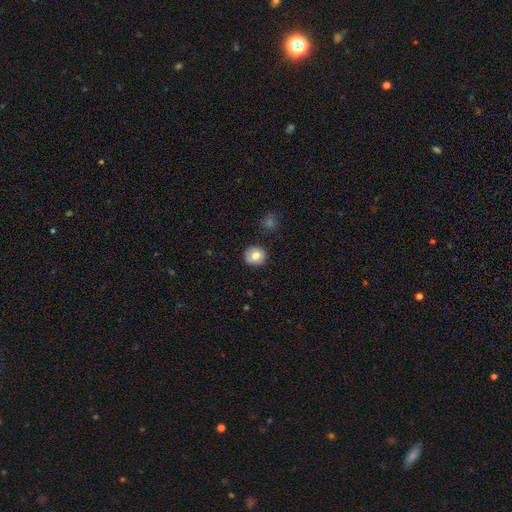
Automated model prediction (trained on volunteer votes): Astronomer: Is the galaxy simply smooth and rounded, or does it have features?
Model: smooth — 76%.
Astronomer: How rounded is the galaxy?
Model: round — 88%.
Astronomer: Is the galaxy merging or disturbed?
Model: none — 87%.